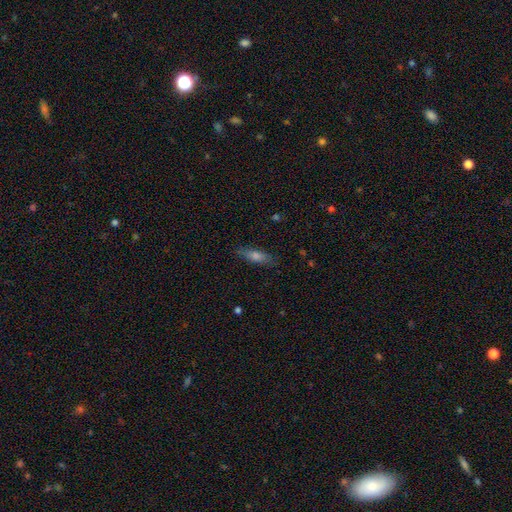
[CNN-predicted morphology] Smooth or featured?
  - smooth: 56% *
  - featured or disk: 34%
  - star or artifact: 9%
How rounded?
  - cigar-shaped: 64% *
  - in between: 33%
  - round: 3%
Merging?
  - none: 84% *
  - minor disturbance: 12%
  - major disturbance: 2%
  - merger: 1%